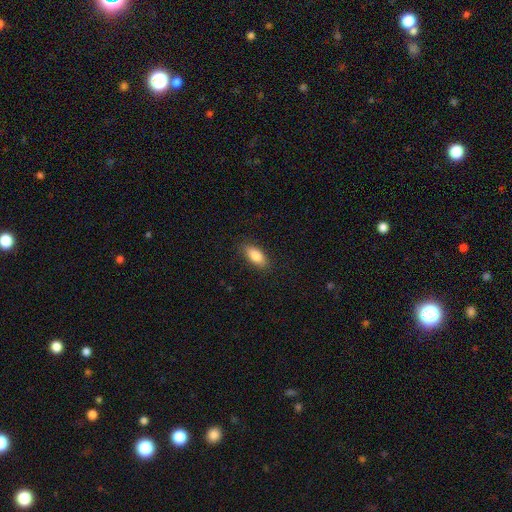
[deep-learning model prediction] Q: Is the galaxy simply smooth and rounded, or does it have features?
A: smooth — 83%.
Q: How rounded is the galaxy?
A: in between — 83%.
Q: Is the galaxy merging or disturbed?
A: none — 87%.